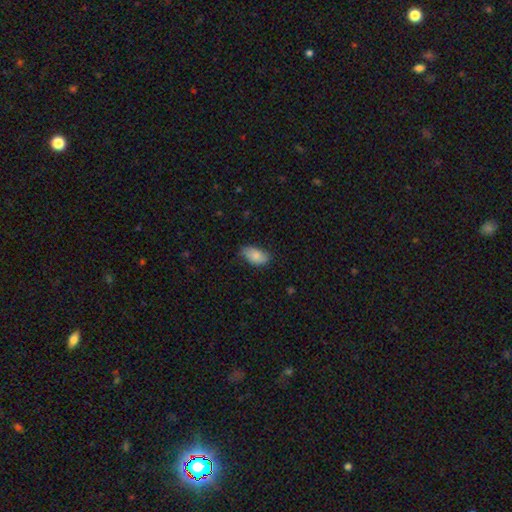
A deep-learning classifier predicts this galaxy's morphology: A smooth galaxy with no disk features (83%) that is in between round and cigar-shaped (94%). Merging: none (67%).